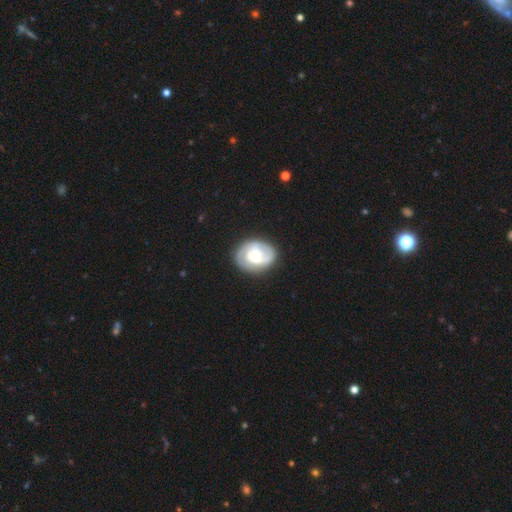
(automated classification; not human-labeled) smooth_or_featured: featured or disk (p=0.72) [alt: smooth p=0.23]
disk_edge_on: no (p=0.98) [alt: yes p=0.02]
bar: no (p=0.45) [alt: weak p=0.43]
has_spiral_arms: yes (p=0.91) [alt: no p=0.09]
spiral_winding: tight (p=0.50) [alt: medium p=0.38]
spiral_arm_count: 2 (p=0.57) [alt: can't tell p=0.18]
bulge_size: moderate (p=0.43) [alt: small p=0.29]
merging: none (p=0.76) [alt: minor disturbance p=0.16]